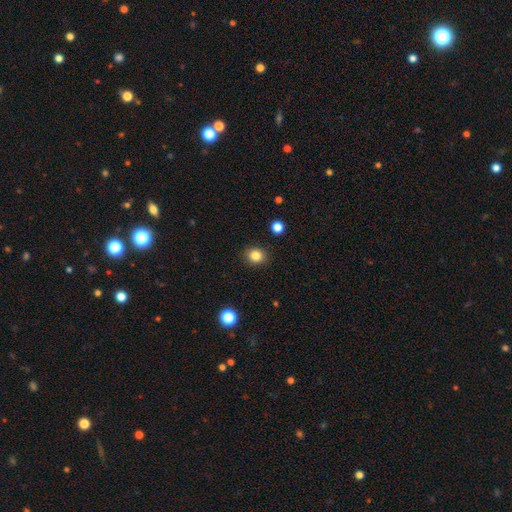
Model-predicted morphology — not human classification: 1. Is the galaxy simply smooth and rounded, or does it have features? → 84% smooth, 11% star or artifact, 5% featured or disk.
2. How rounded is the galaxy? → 76% round, 24% in between, 1% cigar-shaped.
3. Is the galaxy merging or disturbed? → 89% none, 7% minor disturbance, 2% major disturbance, 1% merger.